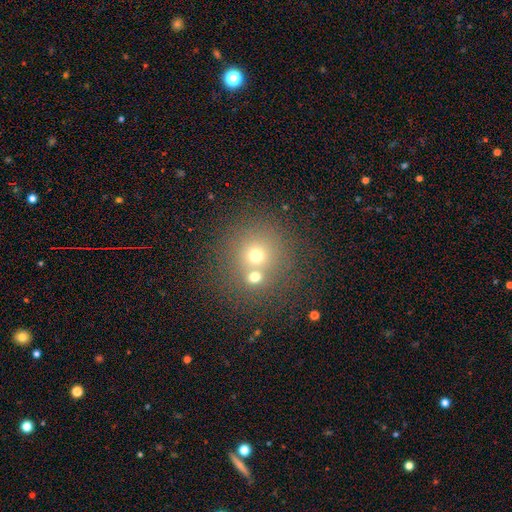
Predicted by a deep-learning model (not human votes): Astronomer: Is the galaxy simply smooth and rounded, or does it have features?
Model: smooth — 64%.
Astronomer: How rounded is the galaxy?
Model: round — 91%.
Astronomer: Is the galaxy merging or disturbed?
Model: none — 55% (runner-up: merger, 35%).